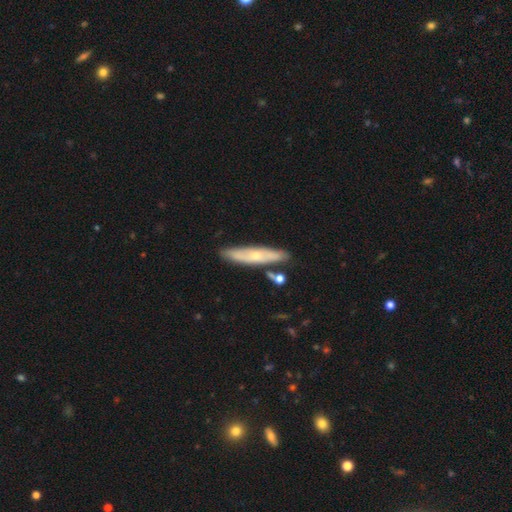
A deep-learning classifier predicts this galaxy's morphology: Overall: featured or disk (51%; smooth 43%). Edge-on disk: yes (59%; no 41%). Merging: none (79%).